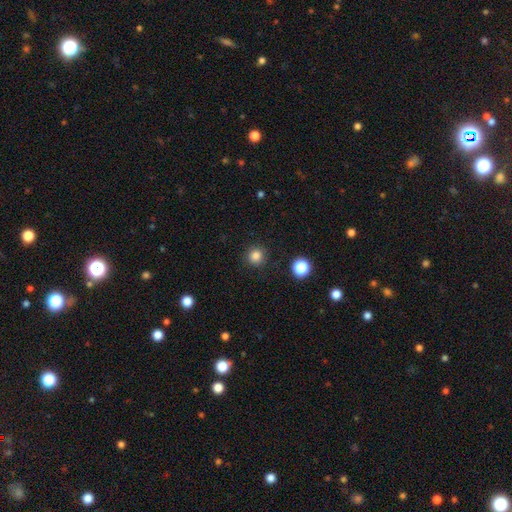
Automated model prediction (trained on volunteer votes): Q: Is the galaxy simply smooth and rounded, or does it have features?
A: smooth — 84%.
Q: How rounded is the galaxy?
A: round — 94%.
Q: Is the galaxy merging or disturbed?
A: none — 89%.